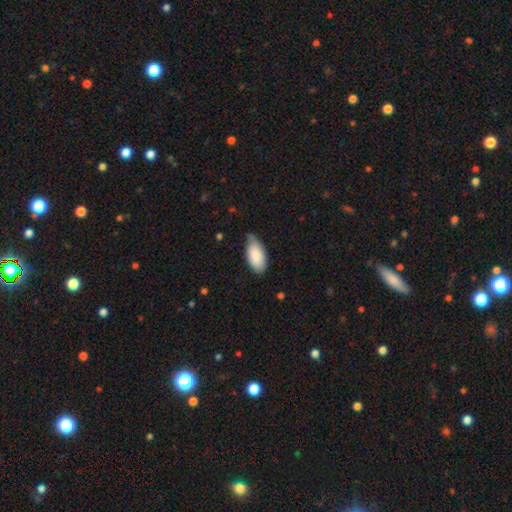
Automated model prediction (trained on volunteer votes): Q: Smooth or featured?
A: smooth (86%); runner-up: featured or disk (8%)
Q: How rounded?
A: in between (94%); runner-up: cigar-shaped (4%)
Q: Merging?
A: none (56%); runner-up: minor disturbance (36%)